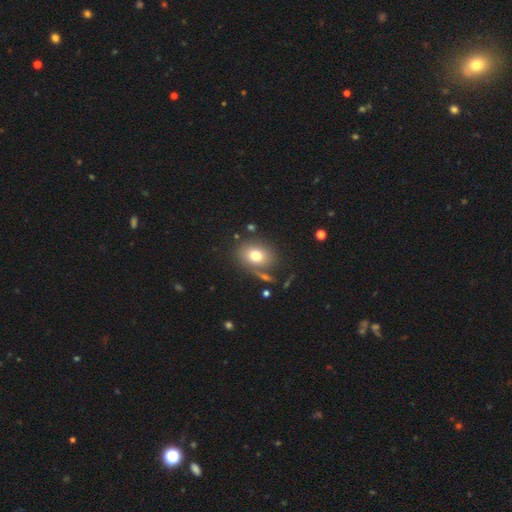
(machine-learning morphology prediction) smooth_or_featured: smooth (p=0.77) [alt: featured or disk p=0.13]
how_rounded: in between (p=0.55) [alt: round p=0.44]
merging: none (p=0.74) [alt: minor disturbance p=0.13]